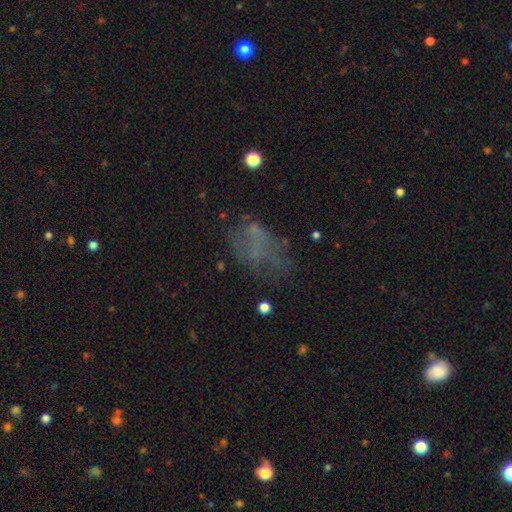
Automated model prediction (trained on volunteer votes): The model was most divided on "smooth or featured" (2-way tie): featured or disk: 36%, smooth: 36%, star or artifact: 28%. Remaining: merging — none (48%).